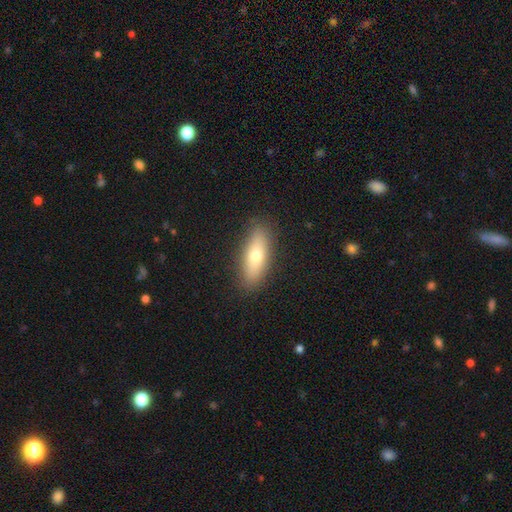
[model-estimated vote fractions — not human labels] Smooth or featured?
  - smooth: 66% *
  - featured or disk: 27%
  - star or artifact: 7%
How rounded?
  - in between: 58% *
  - cigar-shaped: 38%
  - round: 3%
Merging?
  - none: 89% *
  - minor disturbance: 8%
  - major disturbance: 2%
  - merger: 1%